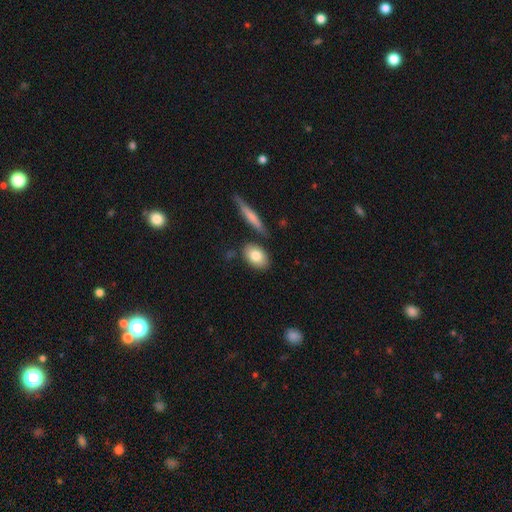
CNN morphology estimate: A smooth galaxy with no disk features (80%) that is in between round and cigar-shaped (83%). Merging: none (77%).